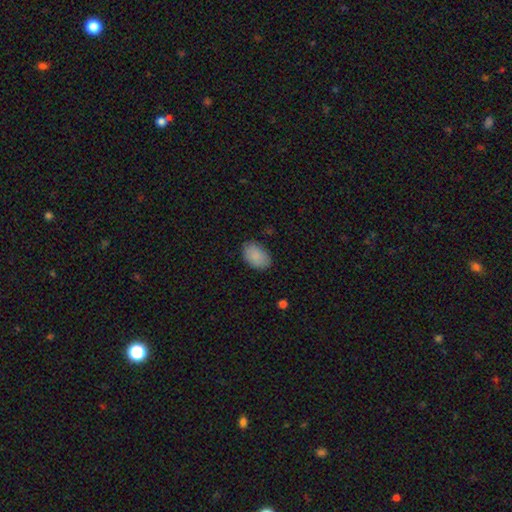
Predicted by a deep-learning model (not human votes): smooth 88%, star or artifact 7%, featured or disk 5%. Down the decision tree: how rounded — in between (88%); merging — none (83%).